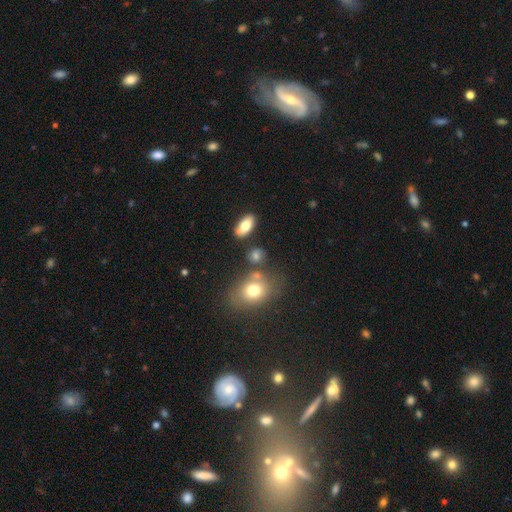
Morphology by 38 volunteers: A smooth galaxy with no disk features (92%) that is round (49%, tied with in between).

Vote fractions:
- Smooth or featured? smooth: 92% / featured or disk: 5% / star or artifact: 3%
- How rounded? round: 49% (tied) / in between: 49% (tied) / cigar-shaped: 3%
- Merging? none: 76% / minor disturbance: 8% / major disturbance: 8% / merger: 8%